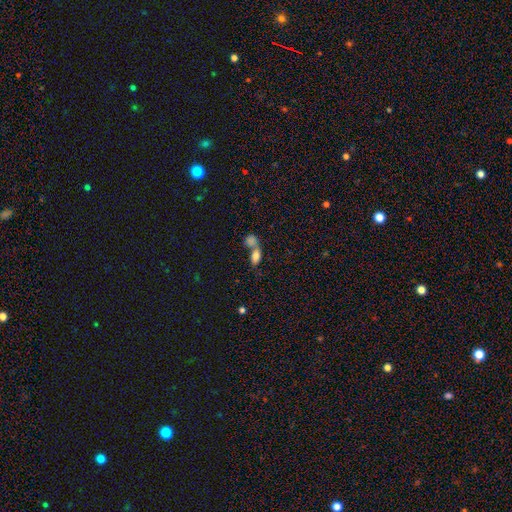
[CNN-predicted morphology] Overall: smooth (79%). How rounded: in between (85%). Merging: merger (58%; none 30%).